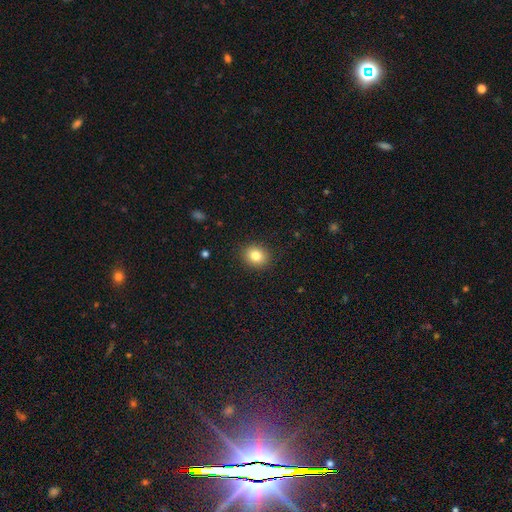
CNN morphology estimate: type=smooth (83%); roundness=round (63%); merging=none (89%).